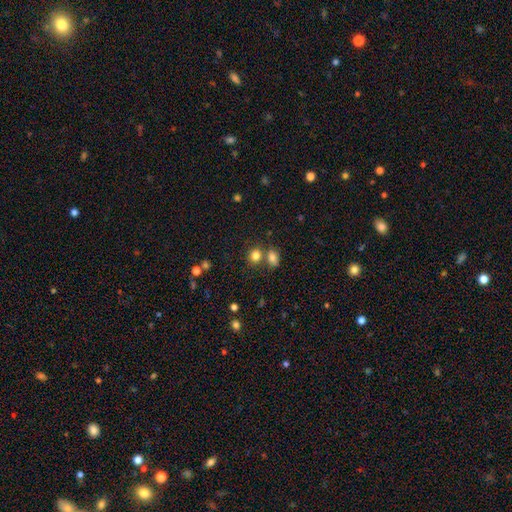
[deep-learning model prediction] Smooth or featured? Predicted: smooth (p=0.81). How rounded? Predicted: round (p=0.68). Merging? Predicted: none (p=0.62).